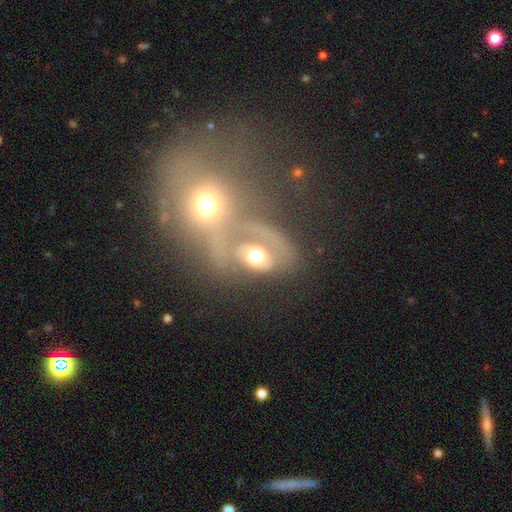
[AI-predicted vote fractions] A featured or disk galaxy (48%).

Vote fractions:
- Smooth or featured? featured or disk: 48% / smooth: 40% / star or artifact: 12%
- Merging? merger: 62% / none: 15% / major disturbance: 15% / minor disturbance: 8%